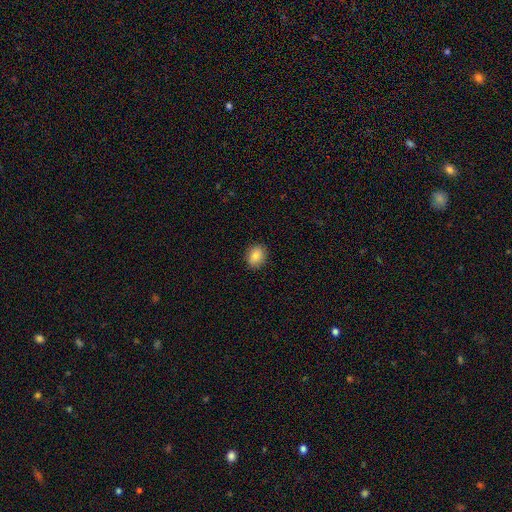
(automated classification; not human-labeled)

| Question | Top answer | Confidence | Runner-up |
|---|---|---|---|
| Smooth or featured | smooth | 85% | star or artifact (9%) |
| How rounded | in between | 50% | round (49%) |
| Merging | none | 89% | minor disturbance (8%) |